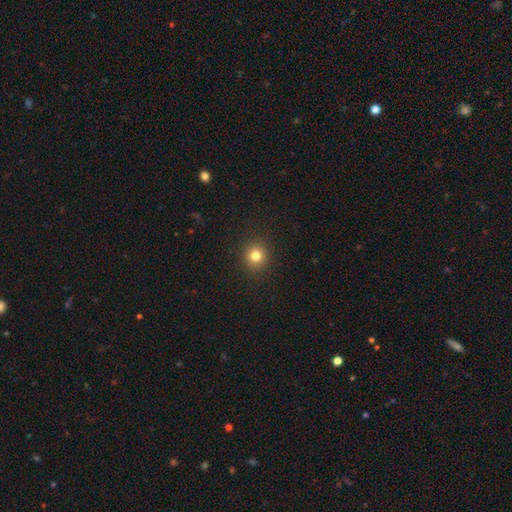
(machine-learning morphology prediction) A smooth galaxy with no disk features (80%) that is round (91%).

Vote fractions:
- Smooth or featured? smooth: 80% / star or artifact: 14% / featured or disk: 6%
- How rounded? round: 91% / in between: 8% / cigar-shaped: 1%
- Merging? none: 91% / minor disturbance: 5% / major disturbance: 2% / merger: 1%